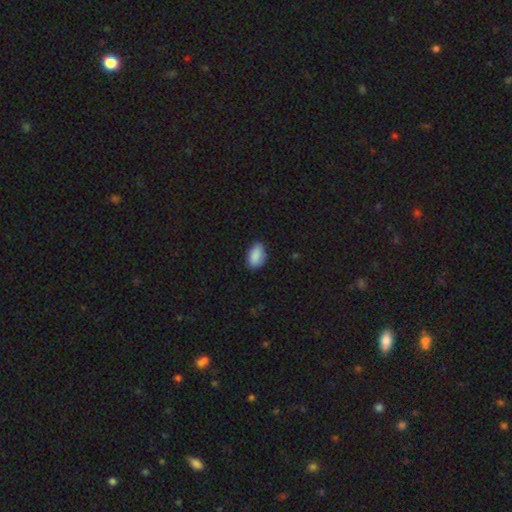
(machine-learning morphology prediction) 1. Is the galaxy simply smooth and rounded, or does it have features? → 89% smooth, 7% star or artifact, 4% featured or disk.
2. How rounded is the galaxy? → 91% in between, 8% round, 2% cigar-shaped.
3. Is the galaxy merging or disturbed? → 77% none, 19% minor disturbance, 3% major disturbance, 1% merger.